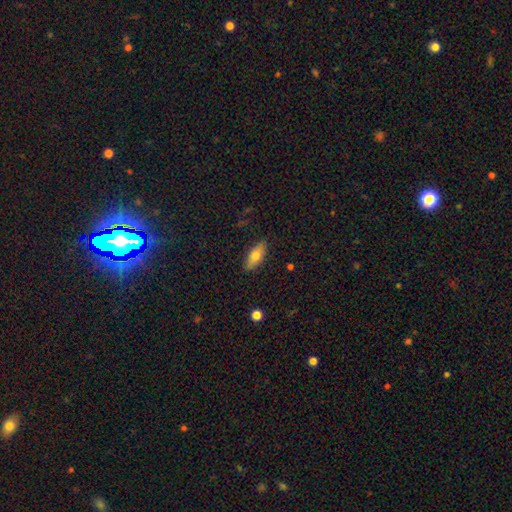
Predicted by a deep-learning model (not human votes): Smooth or featured? smooth (69%)
How rounded? in between (75%)
Merging? none (86%)